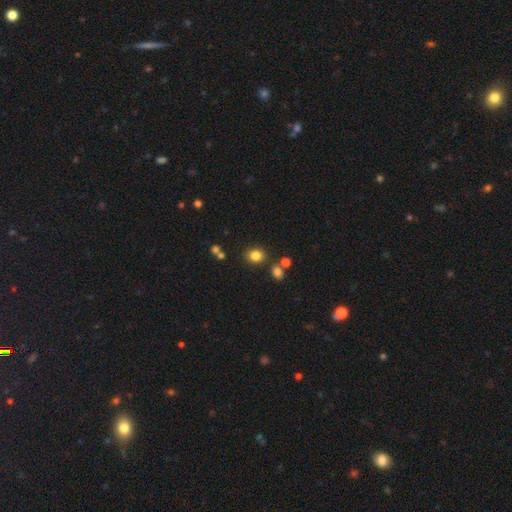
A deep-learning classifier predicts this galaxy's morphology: smooth_or_featured: smooth (p=0.82) [alt: star or artifact p=0.12]
how_rounded: round (p=0.70) [alt: in between p=0.29]
merging: none (p=0.80) [alt: minor disturbance p=0.10]